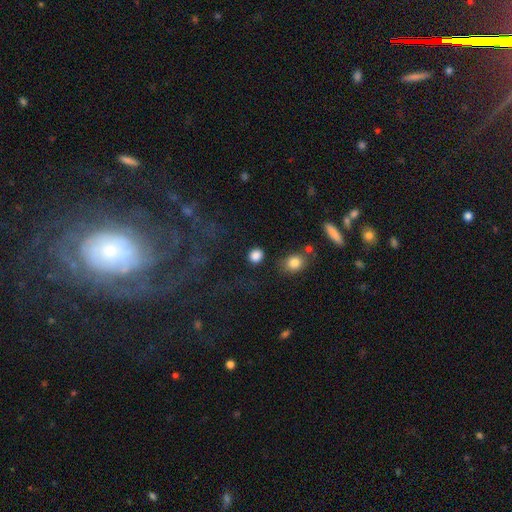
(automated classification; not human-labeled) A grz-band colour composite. It shows a smooth galaxy with no disk features (86%) that is round (79%). Merging: none (84%).